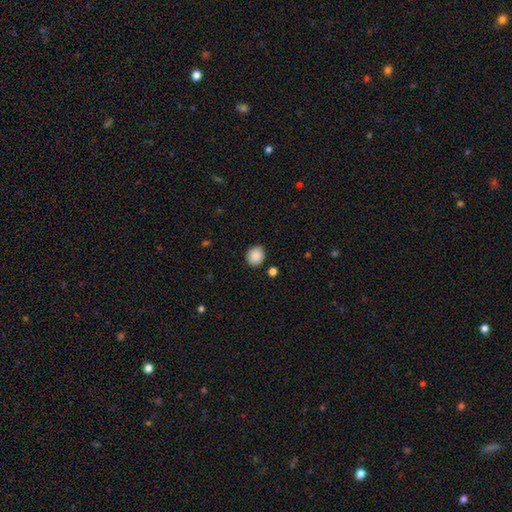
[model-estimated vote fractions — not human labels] Q: Smooth or featured?
A: smooth (89%); runner-up: star or artifact (8%)
Q: How rounded?
A: round (76%); runner-up: in between (23%)
Q: Merging?
A: none (87%); runner-up: minor disturbance (8%)